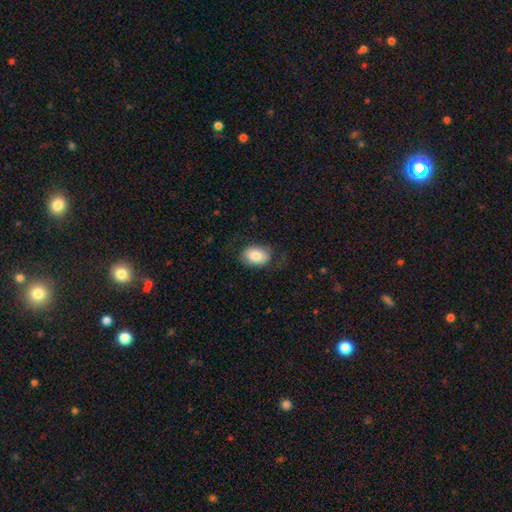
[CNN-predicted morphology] Smooth or featured? smooth (81%)
How rounded? in between (82%)
Merging? none (69%)